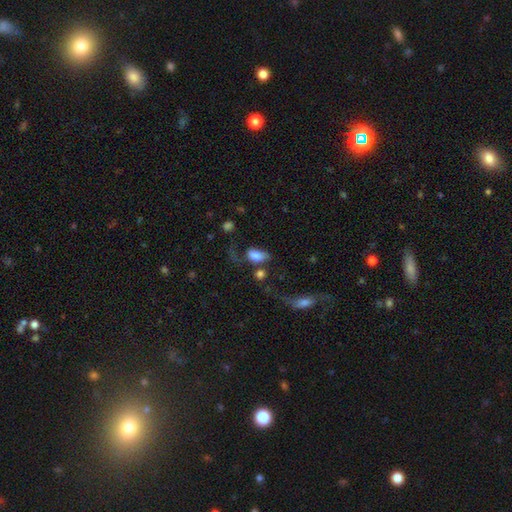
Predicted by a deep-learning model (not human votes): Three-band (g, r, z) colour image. It shows a smooth galaxy with no disk features (73%) that is in between round and cigar-shaped (89%). Merging: none (33%, tied with major disturbance).